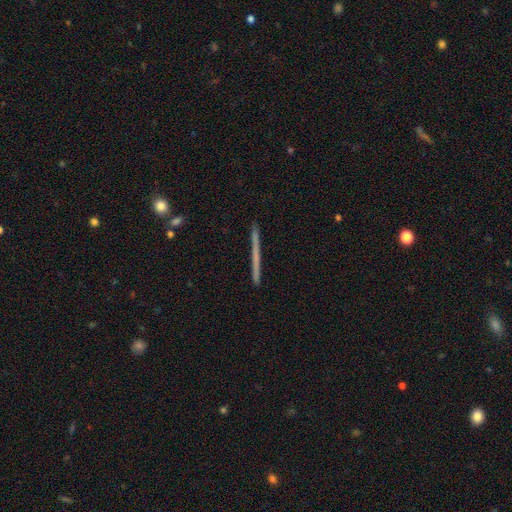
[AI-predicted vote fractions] smooth_or_featured: featured or disk (p=0.54) [alt: smooth p=0.39]
disk_edge_on: yes (p=0.98) [alt: no p=0.02]
edge_on_bulge: none (p=0.87) [alt: rounded p=0.09]
merging: none (p=0.92) [alt: minor disturbance p=0.06]